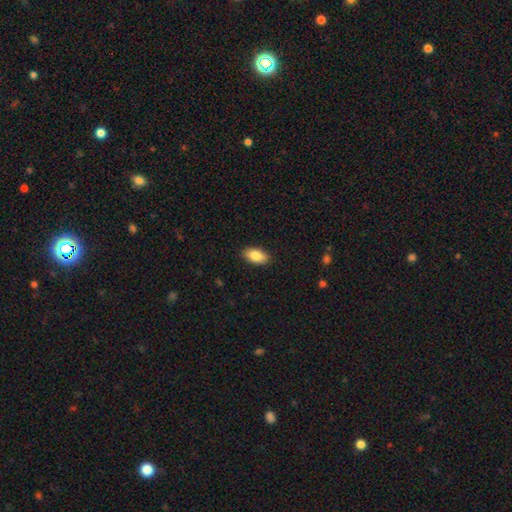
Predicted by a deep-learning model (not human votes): Smooth or featured?
  - smooth: 85% *
  - featured or disk: 8%
  - star or artifact: 7%
How rounded?
  - in between: 93% *
  - round: 4%
  - cigar-shaped: 3%
Merging?
  - none: 89% *
  - minor disturbance: 8%
  - major disturbance: 2%
  - merger: 1%